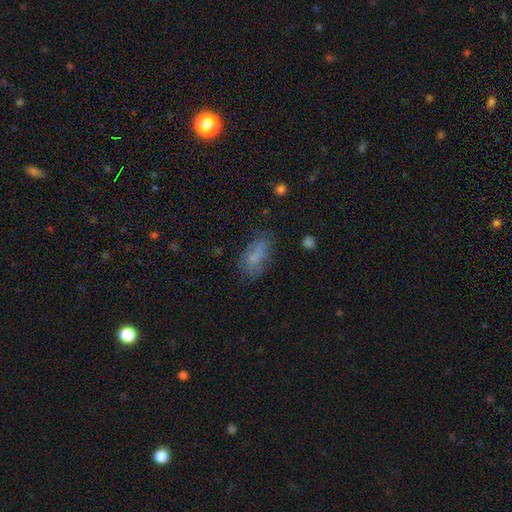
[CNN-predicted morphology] Smooth or featured? smooth (70%)
How rounded? in between (85%)
Merging? none (63%)